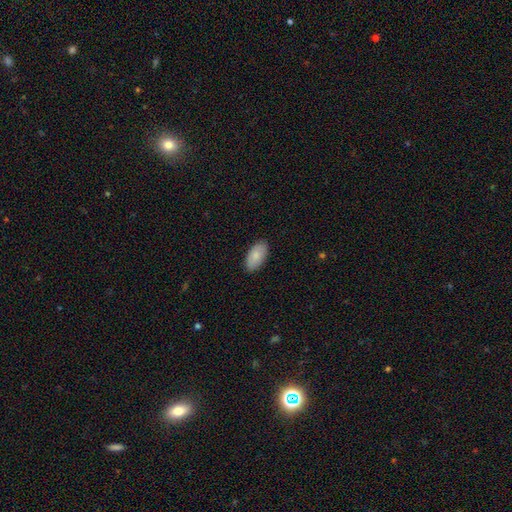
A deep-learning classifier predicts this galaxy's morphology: Smooth or featured?
  - smooth: 85% *
  - featured or disk: 9%
  - star or artifact: 6%
How rounded?
  - in between: 95% *
  - cigar-shaped: 2%
  - round: 2%
Merging?
  - none: 87% *
  - minor disturbance: 10%
  - major disturbance: 2%
  - merger: 1%